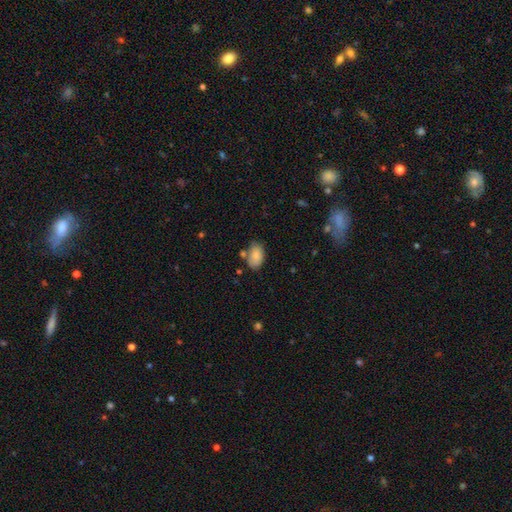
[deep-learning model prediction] Morphology: type=smooth (84%); roundness=in between (92%); merging=none (65%).